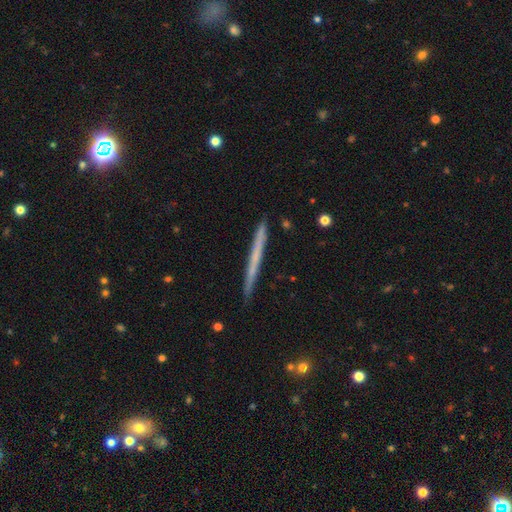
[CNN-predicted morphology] Smooth or featured? smooth (47%, tied with featured or disk)
Merging? none (89%)